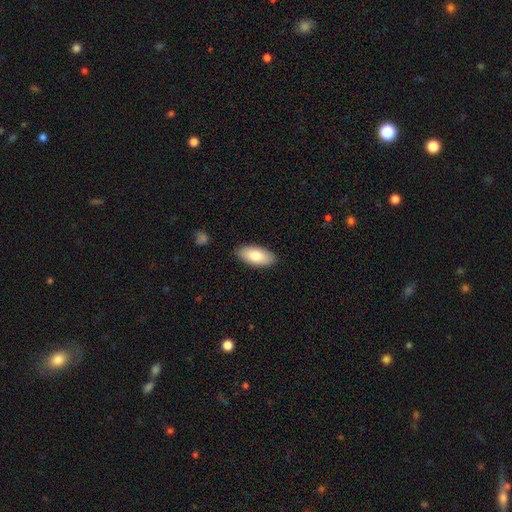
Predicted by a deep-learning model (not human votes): This appears to be a smooth galaxy with no disk features (80%) that is in between round and cigar-shaped (90%). Merging: none (87%).